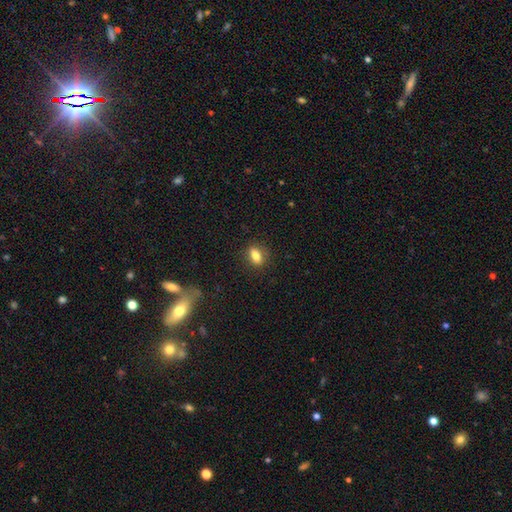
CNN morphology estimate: smooth_or_featured: smooth (p=0.80) [alt: featured or disk p=0.10]
how_rounded: in between (p=0.75) [alt: round p=0.16]
merging: none (p=0.86) [alt: minor disturbance p=0.10]